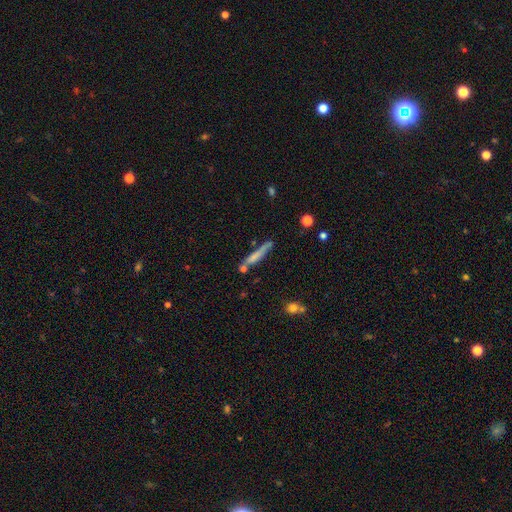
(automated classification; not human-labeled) Smooth or featured? Predicted: smooth (p=0.62). How rounded? Predicted: cigar-shaped (p=0.93). Merging? Predicted: none (p=0.63).